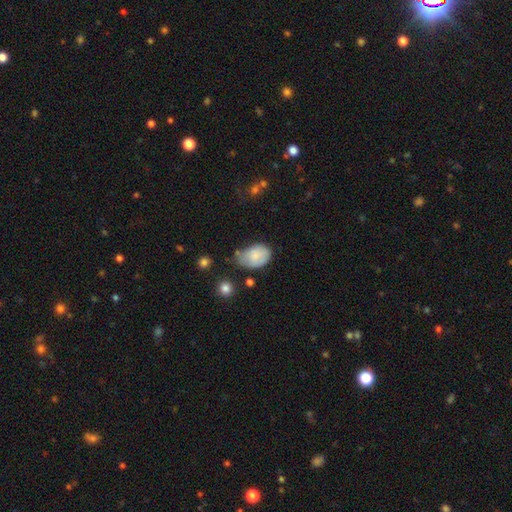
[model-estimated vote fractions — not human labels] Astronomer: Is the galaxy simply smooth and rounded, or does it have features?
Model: smooth — 80%.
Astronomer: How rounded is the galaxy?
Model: in between — 83%.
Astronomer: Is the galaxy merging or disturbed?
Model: minor disturbance — 41%, tied with none at 41%.